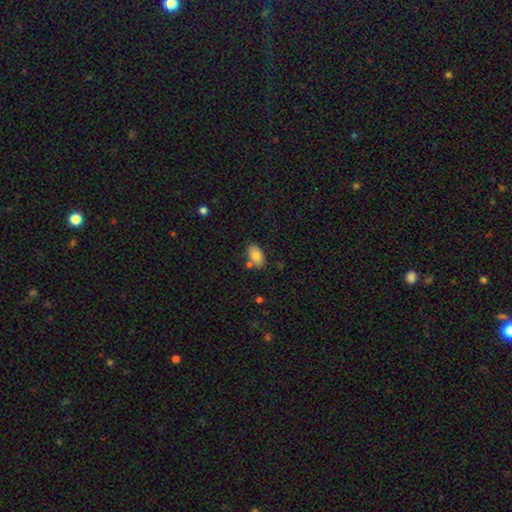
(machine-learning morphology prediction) This appears to be a smooth galaxy with no disk features (82%) that is in between round and cigar-shaped (92%). Merging: none (71%).